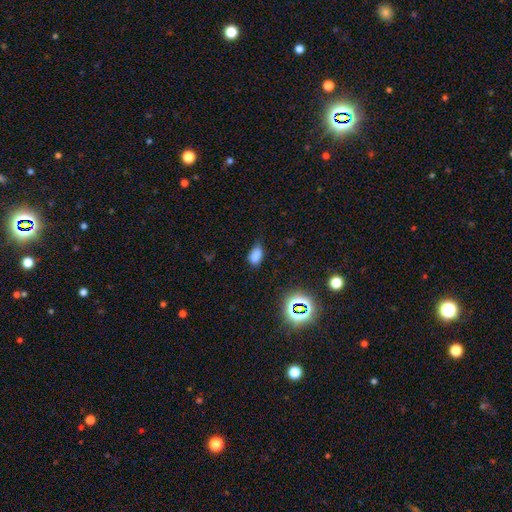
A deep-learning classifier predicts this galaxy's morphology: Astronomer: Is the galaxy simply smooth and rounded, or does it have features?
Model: smooth — 77%.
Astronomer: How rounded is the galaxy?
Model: in between — 87%.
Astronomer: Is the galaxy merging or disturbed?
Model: none — 60%.